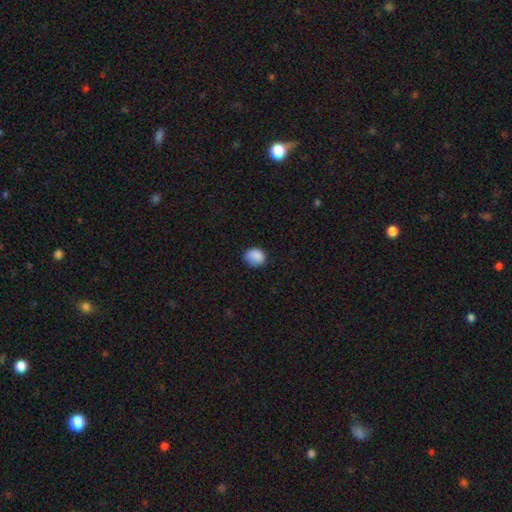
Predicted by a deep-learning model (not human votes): Smooth or featured: smooth — 87% (star or artifact — 9%)
How rounded: round — 60% (in between — 39%)
Merging: none — 73% (minor disturbance — 21%)